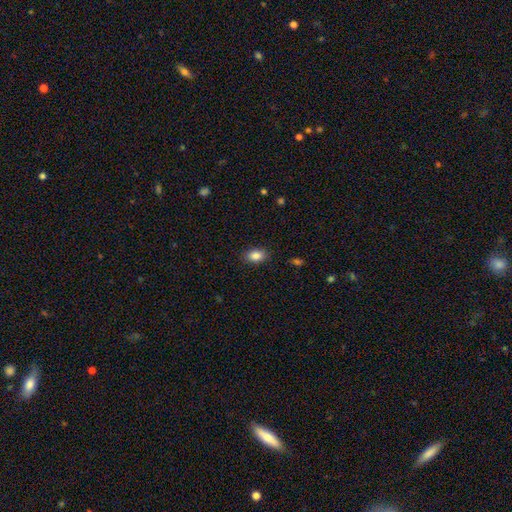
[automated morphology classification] Q: Smooth or featured?
A: smooth (87%); runner-up: star or artifact (8%)
Q: How rounded?
A: in between (86%); runner-up: round (12%)
Q: Merging?
A: none (87%); runner-up: minor disturbance (9%)